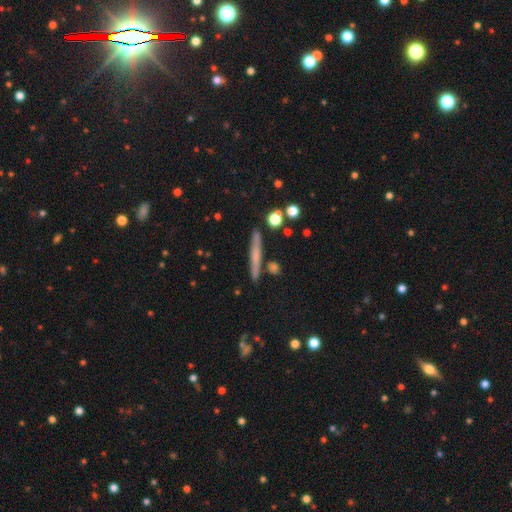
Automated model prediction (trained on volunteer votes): A smooth galaxy with no disk features (49%).

Vote fractions:
- Smooth or featured? smooth: 49% / featured or disk: 42% / star or artifact: 9%
- Merging? none: 85% / minor disturbance: 9% / merger: 4% / major disturbance: 2%